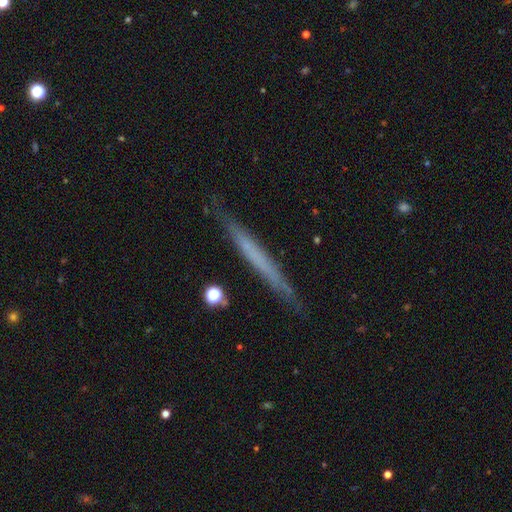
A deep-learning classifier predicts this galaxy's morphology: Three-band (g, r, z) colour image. It shows a featured or disk galaxy (48%). Merging: none (87%).